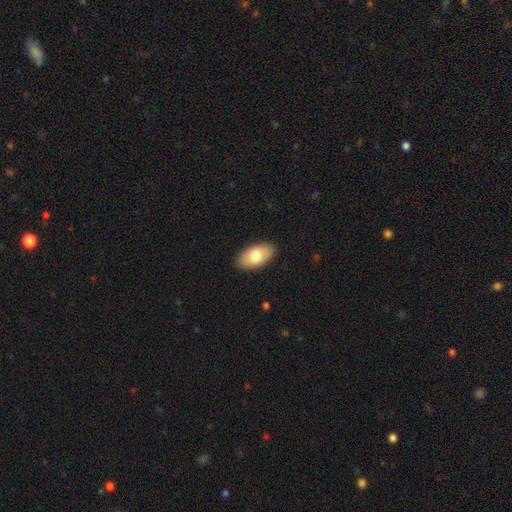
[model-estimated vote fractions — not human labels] The model was most divided on "smooth or featured": smooth: 77%, featured or disk: 17%, star or artifact: 6%. More confident: how rounded — in between (94%); merging — none (88%).